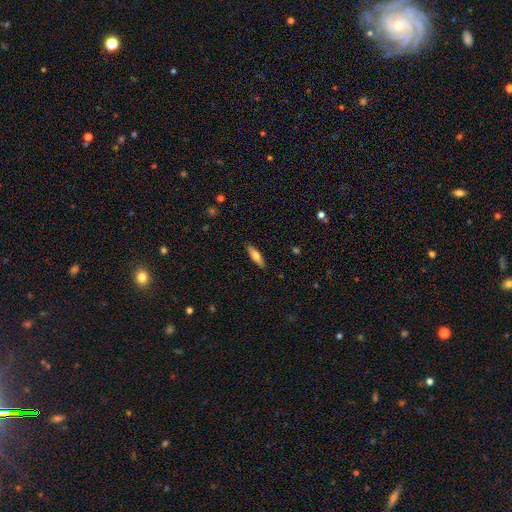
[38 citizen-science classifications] A smooth galaxy with no disk features (58%) that is cigar-shaped (55%).

Vote fractions:
- Smooth or featured? smooth: 58% / featured or disk: 34% / star or artifact: 8%
- How rounded? cigar-shaped: 55% / in between: 36% / round: 9%
- Merging? none: 86% / minor disturbance: 9% / merger: 6% / major disturbance: 0%